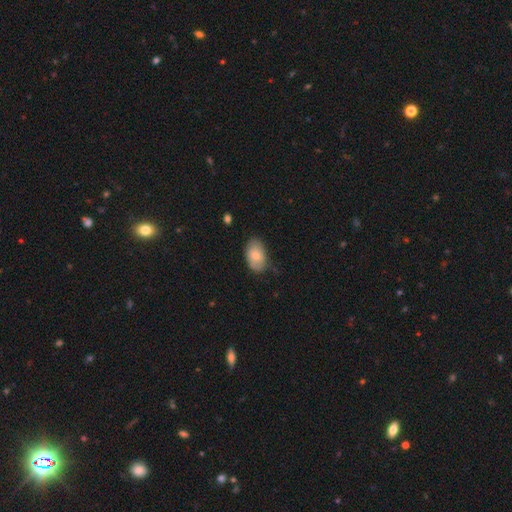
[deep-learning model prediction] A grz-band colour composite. It shows a smooth galaxy with no disk features (75%) that is in between round and cigar-shaped (90%). Merging: none (67%).